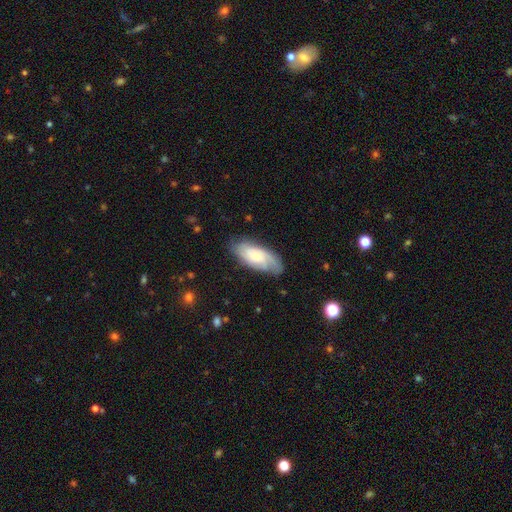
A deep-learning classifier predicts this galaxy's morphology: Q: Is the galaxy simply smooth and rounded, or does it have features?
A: featured or disk — 59%.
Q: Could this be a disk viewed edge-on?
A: no — 88%.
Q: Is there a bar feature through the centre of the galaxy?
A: no — 73%.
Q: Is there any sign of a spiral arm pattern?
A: yes — 88%.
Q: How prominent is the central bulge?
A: small — 53%.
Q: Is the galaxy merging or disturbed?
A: none — 74%.